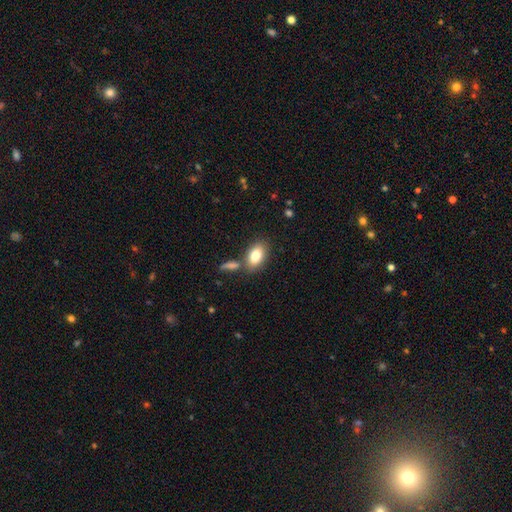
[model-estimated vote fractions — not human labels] smooth 81%, featured or disk 12%, star or artifact 8%. Down the decision tree: how rounded — in between (89%); merging — none (70%).